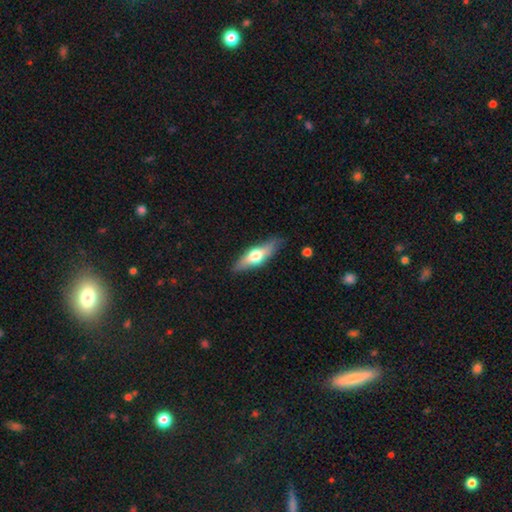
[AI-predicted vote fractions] featured or disk 52%, smooth 42%, star or artifact 6%. Down the decision tree: edge-on disk — yes (89%); merging — none (84%).